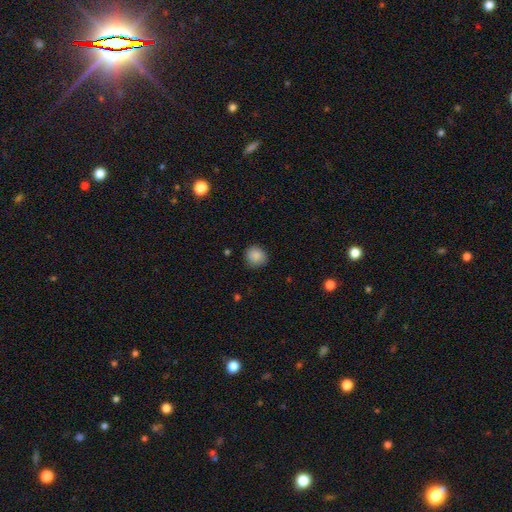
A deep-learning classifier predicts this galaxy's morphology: A smooth galaxy with no disk features (88%) that is round (85%). Merging: none (86%).